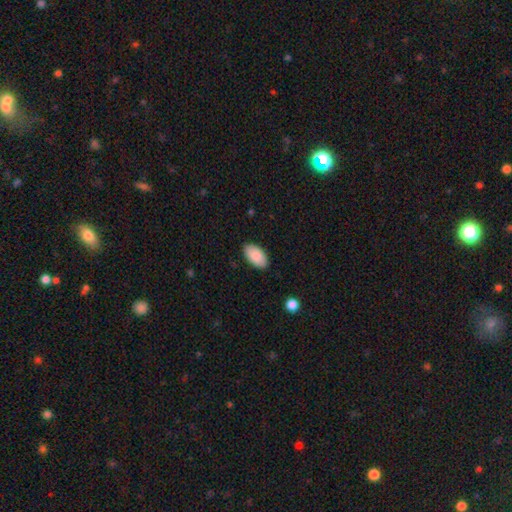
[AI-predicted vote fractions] The model was most divided on "merging": none: 88%, minor disturbance: 10%, major disturbance: 2%, merger: 1%. More confident: how rounded — in between (96%); smooth or featured — smooth (88%).